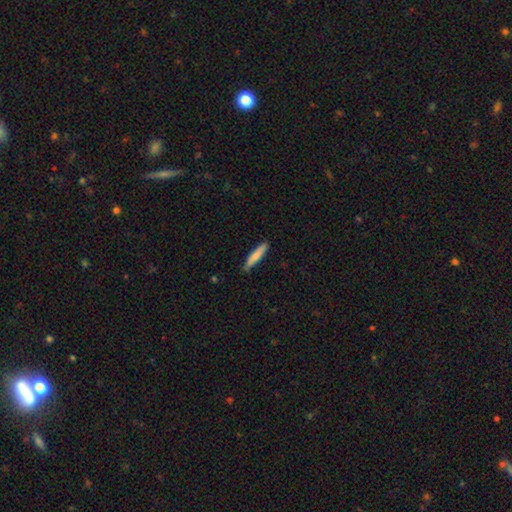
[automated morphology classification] A smooth galaxy with no disk features (78%) that is cigar-shaped (89%).

Vote fractions:
- Smooth or featured? smooth: 78% / featured or disk: 16% / star or artifact: 5%
- How rounded? cigar-shaped: 89% / in between: 10% / round: 1%
- Merging? none: 83% / minor disturbance: 14% / major disturbance: 2% / merger: 1%